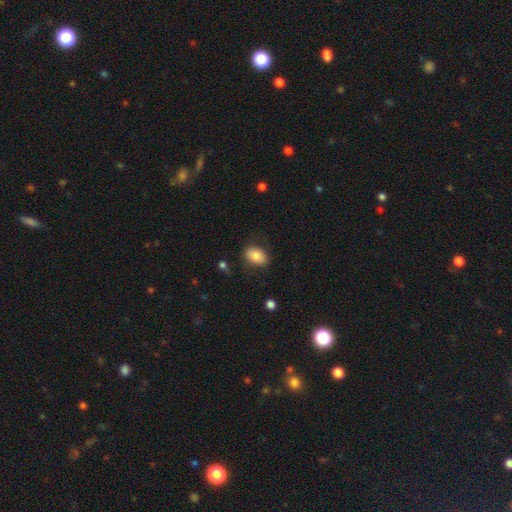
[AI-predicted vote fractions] Smooth or featured? smooth (84%)
How rounded? in between (82%)
Merging? none (77%)